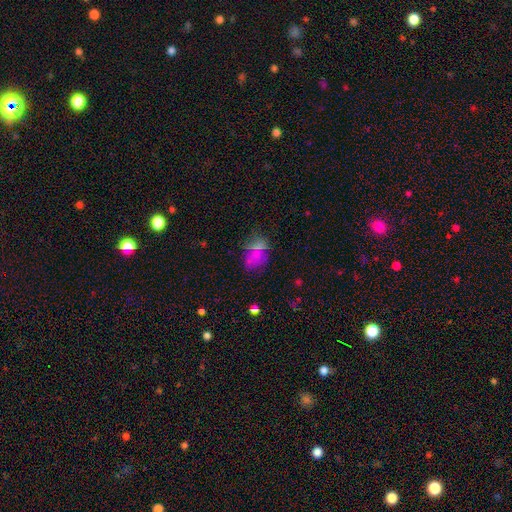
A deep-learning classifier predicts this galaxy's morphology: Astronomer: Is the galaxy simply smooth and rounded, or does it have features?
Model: smooth — 58%.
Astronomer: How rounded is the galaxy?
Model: in between — 73%.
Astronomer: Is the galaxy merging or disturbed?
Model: none — 58%.